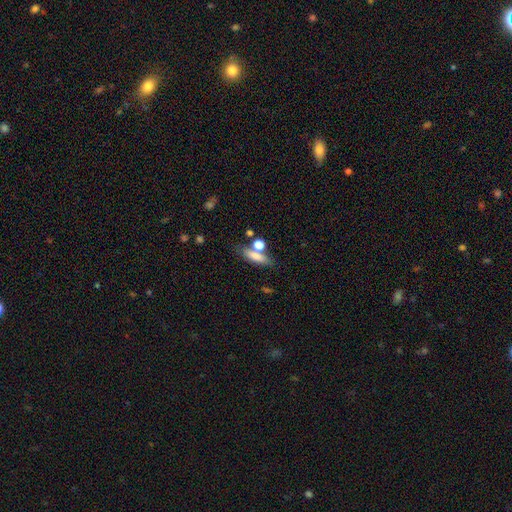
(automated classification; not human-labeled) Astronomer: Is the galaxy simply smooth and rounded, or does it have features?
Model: smooth — 74%.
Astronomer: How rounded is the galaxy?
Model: cigar-shaped — 50% (runner-up: in between, 42%).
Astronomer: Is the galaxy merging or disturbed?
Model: none — 61%.